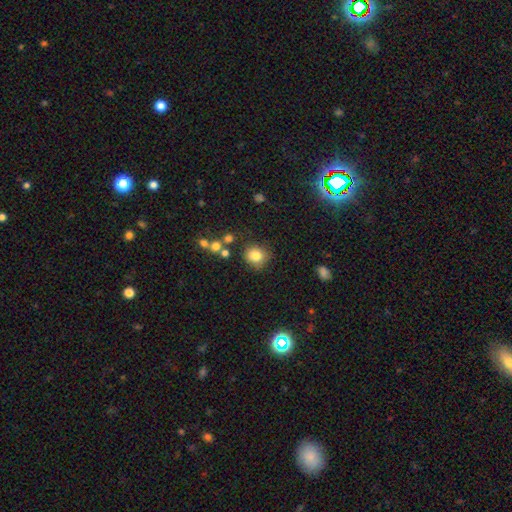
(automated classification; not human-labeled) Smooth or featured? Predicted: smooth (p=0.81). How rounded? Predicted: round (p=0.82). Merging? Predicted: none (p=0.79).